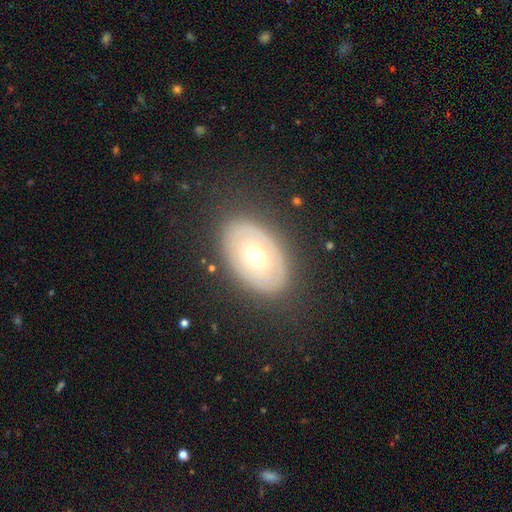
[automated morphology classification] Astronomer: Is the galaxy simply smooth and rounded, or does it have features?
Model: featured or disk — 50% (runner-up: smooth, 43%).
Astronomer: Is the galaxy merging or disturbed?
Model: none — 82%.